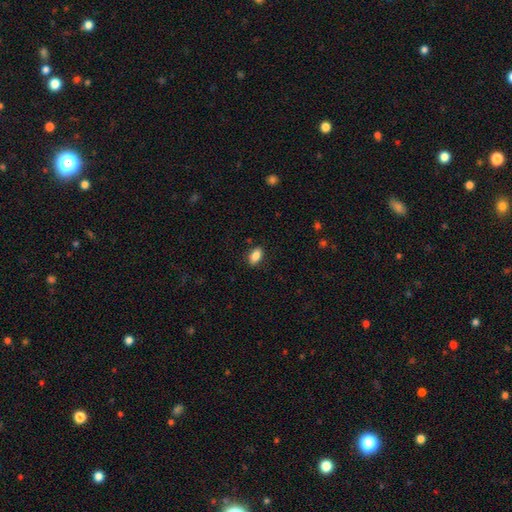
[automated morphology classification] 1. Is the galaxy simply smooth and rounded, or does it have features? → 85% smooth, 8% star or artifact, 6% featured or disk.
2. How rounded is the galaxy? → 89% in between, 6% round, 4% cigar-shaped.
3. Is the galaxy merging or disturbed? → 87% none, 10% minor disturbance, 2% major disturbance, 1% merger.